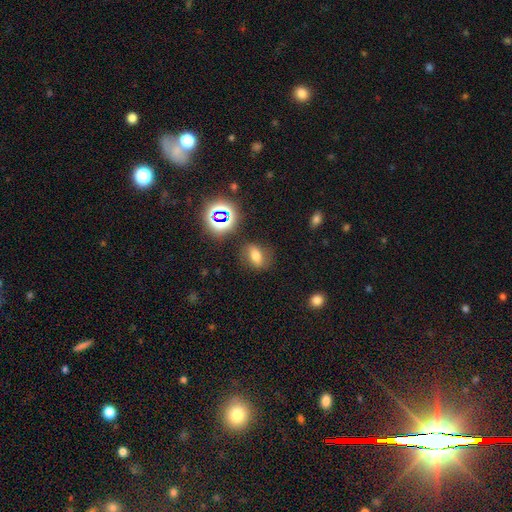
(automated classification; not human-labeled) Q: Smooth or featured?
A: smooth (57%); runner-up: star or artifact (22%)
Q: How rounded?
A: in between (72%); runner-up: round (21%)
Q: Merging?
A: none (76%); runner-up: minor disturbance (15%)